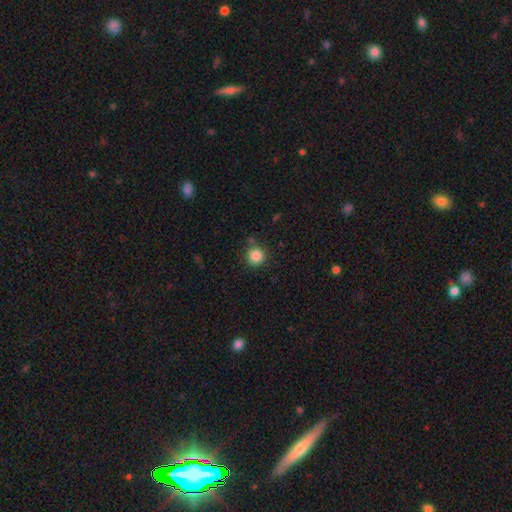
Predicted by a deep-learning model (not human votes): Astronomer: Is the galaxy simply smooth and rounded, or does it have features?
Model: smooth — 85%.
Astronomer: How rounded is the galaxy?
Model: round — 94%.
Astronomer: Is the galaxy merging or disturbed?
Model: none — 82%.